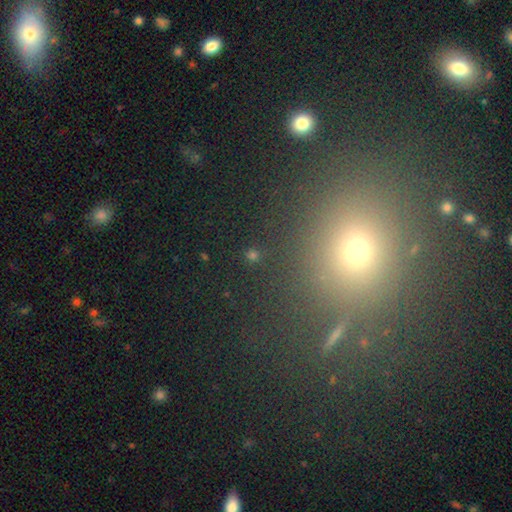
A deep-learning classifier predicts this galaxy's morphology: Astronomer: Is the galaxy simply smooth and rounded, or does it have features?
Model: smooth — 45% (runner-up: star or artifact, 43%).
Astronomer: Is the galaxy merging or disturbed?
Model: none — 83%.